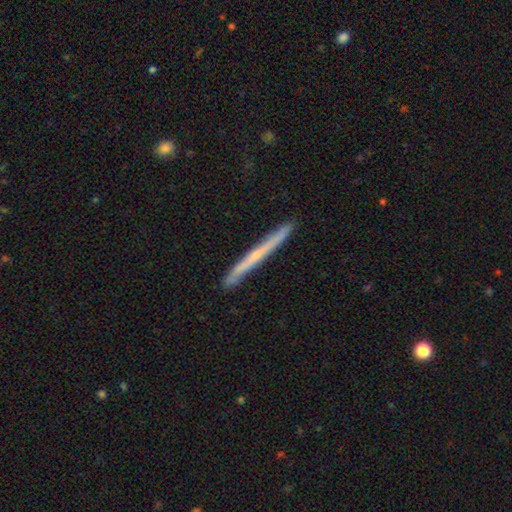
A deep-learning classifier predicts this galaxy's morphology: smooth-or-featured: featured or disk: 57% | smooth: 37% | star or artifact: 6%
  disk-edge-on: yes: 97% | no: 3%
    edge-on-bulge: none: 61% | rounded: 35% | boxy: 5%
  merging: none: 90% | minor disturbance: 8% | major disturbance: 1% | merger: 1%